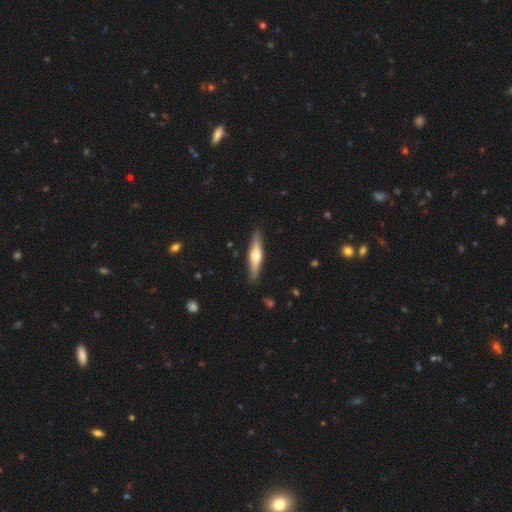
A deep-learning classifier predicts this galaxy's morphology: A featured or disk galaxy (57%) viewed edge-on (95%) with a rounded central bulge (91%). Merging: none (89%).